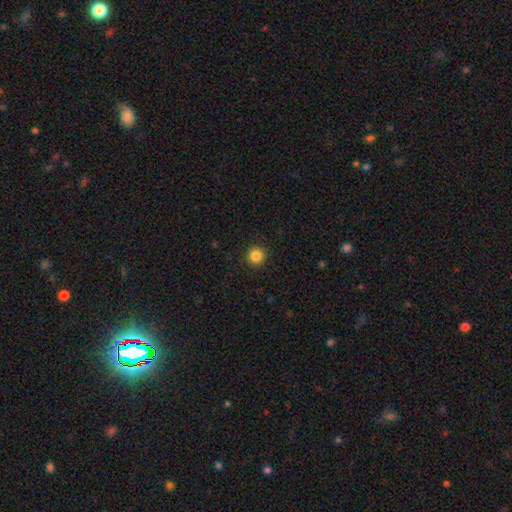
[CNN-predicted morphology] This appears to be a smooth galaxy with no disk features (85%) that is round (95%). Merging: none (92%).